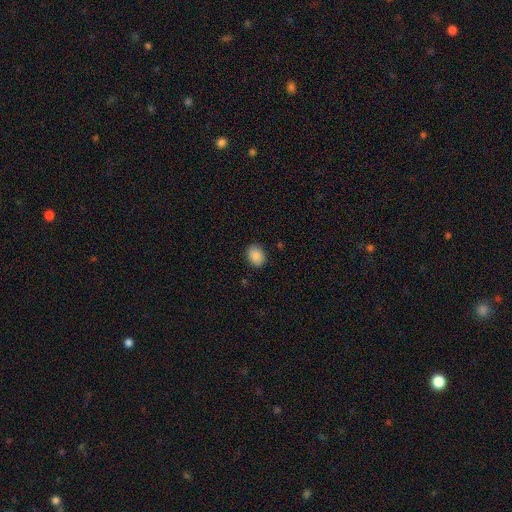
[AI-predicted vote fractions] smooth 89%, star or artifact 8%, featured or disk 3%. Down the decision tree: how rounded — in between (63%); merging — none (87%).